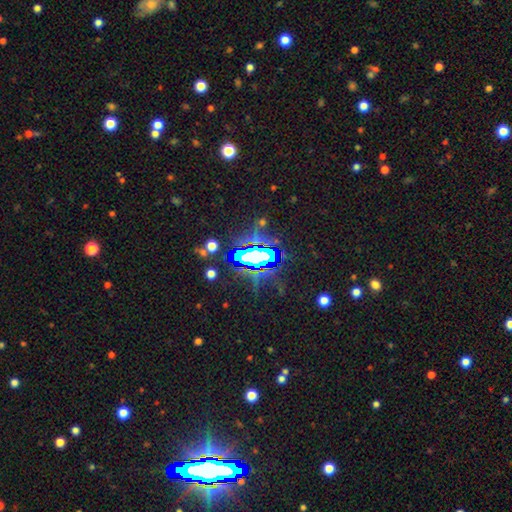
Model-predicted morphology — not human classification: Q: Smooth or featured?
A: star or artifact (65%); runner-up: featured or disk (18%)